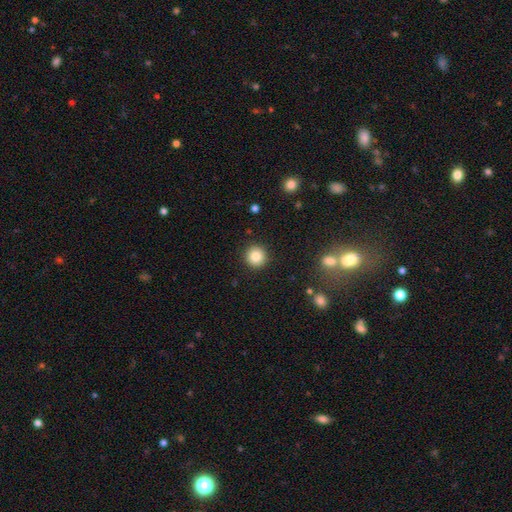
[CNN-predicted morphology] This appears to be a smooth galaxy with no disk features (85%) that is round (94%). Merging: none (92%).